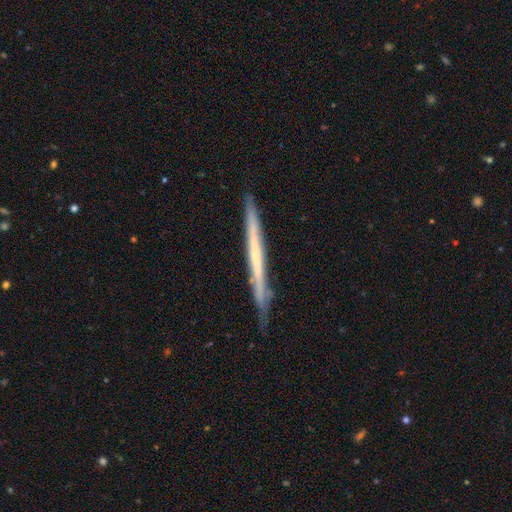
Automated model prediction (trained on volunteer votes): This appears to be a featured or disk galaxy (61%) viewed edge-on (95%) with no central bulge (86%). Merging: none (84%).